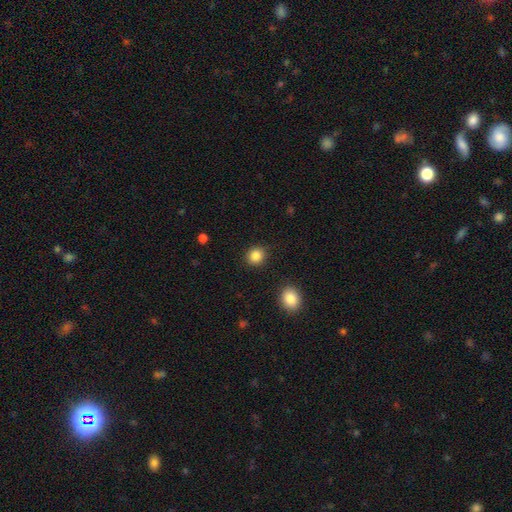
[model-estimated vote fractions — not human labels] A smooth galaxy with no disk features (86%) that is round (84%). Merging: none (90%).